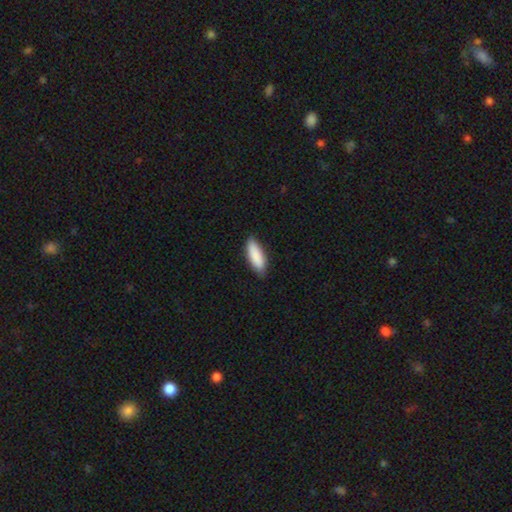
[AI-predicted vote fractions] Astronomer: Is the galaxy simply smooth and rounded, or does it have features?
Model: smooth — 89%.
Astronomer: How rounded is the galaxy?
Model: in between — 60% (runner-up: cigar-shaped, 38%).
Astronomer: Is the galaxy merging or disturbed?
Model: none — 84%.